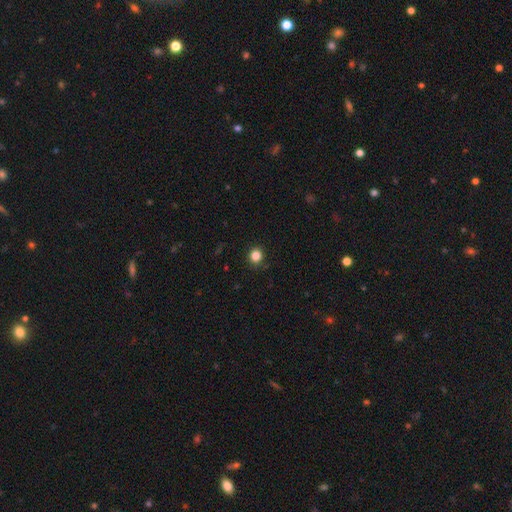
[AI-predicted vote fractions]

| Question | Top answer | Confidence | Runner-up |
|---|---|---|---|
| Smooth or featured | smooth | 84% | star or artifact (12%) |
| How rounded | round | 88% | in between (11%) |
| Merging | none | 90% | minor disturbance (7%) |